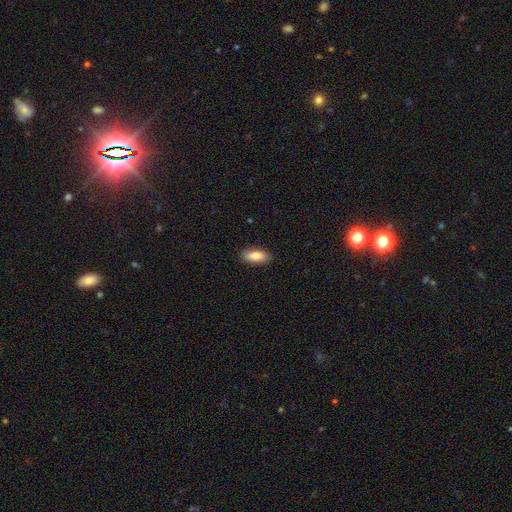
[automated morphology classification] This is clearly a smooth galaxy (83%). How rounded: clearly in between (85%). Merging: clearly none (89%).